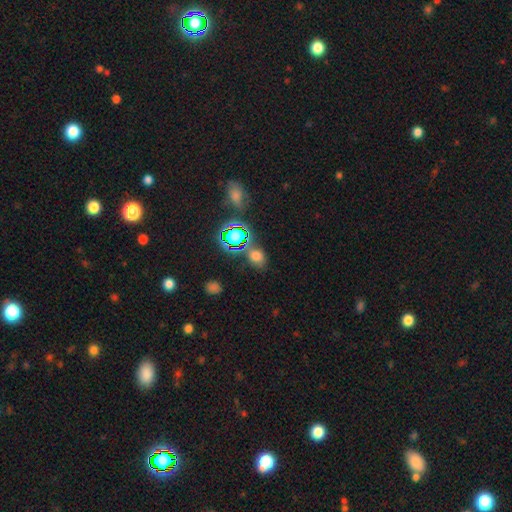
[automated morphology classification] A smooth galaxy with no disk features (59%) that is in between round and cigar-shaped (56%). Merging: none (65%).